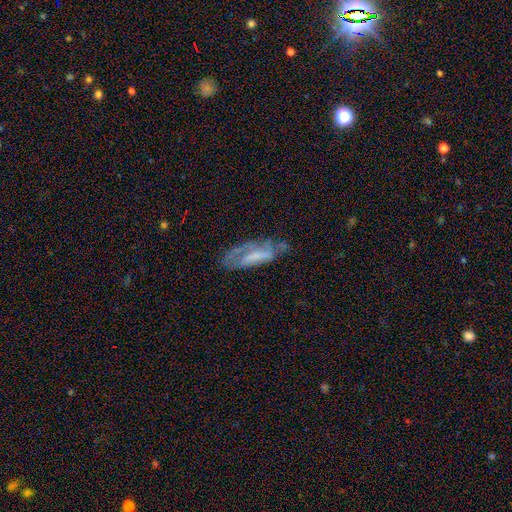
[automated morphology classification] Overall: featured or disk (51%; smooth 41%). Edge-on disk: no (83%). Merging: none (40%; minor disturbance 29%).